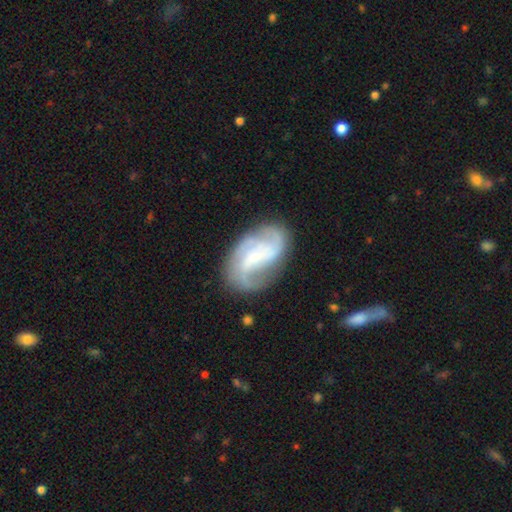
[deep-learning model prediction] featured or disk 82%, smooth 12%, star or artifact 6%. Down the decision tree: edge-on disk — no (97%); bar — weak (47%); spiral arms — yes (95%); spiral arm count — 2 (44%); spiral winding — medium (45%); bulge size — small (56%); merging — none (68%).